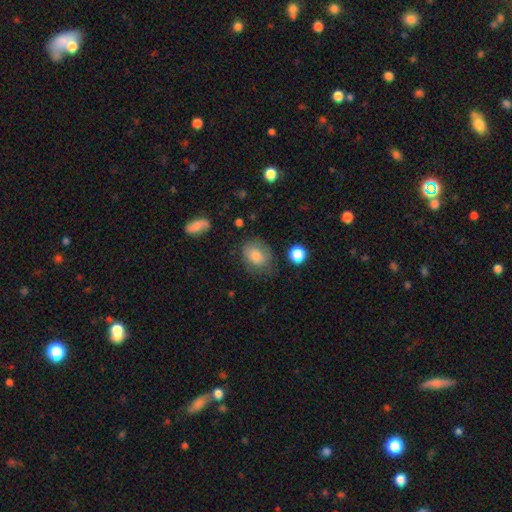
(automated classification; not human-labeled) A smooth galaxy with no disk features (76%) that is in between round and cigar-shaped (59%).

Vote fractions:
- Smooth or featured? smooth: 76% / featured or disk: 15% / star or artifact: 9%
- How rounded? in between: 59% / round: 40% / cigar-shaped: 1%
- Merging? none: 64% / minor disturbance: 25% / major disturbance: 9% / merger: 2%